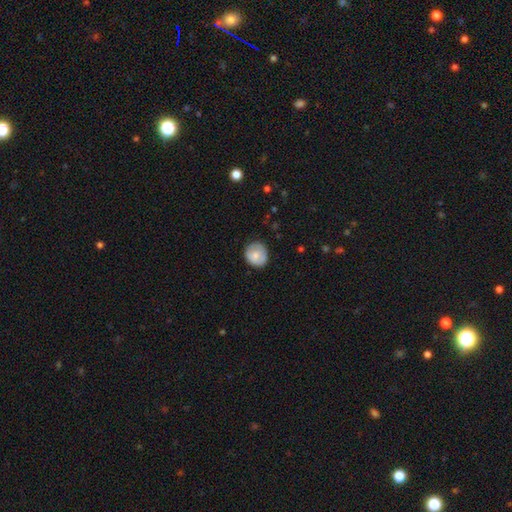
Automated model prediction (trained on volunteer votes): The model was most divided on "smooth or featured": smooth: 73%, featured or disk: 21%, star or artifact: 7%. More confident: how rounded — round (79%); merging — none (78%).